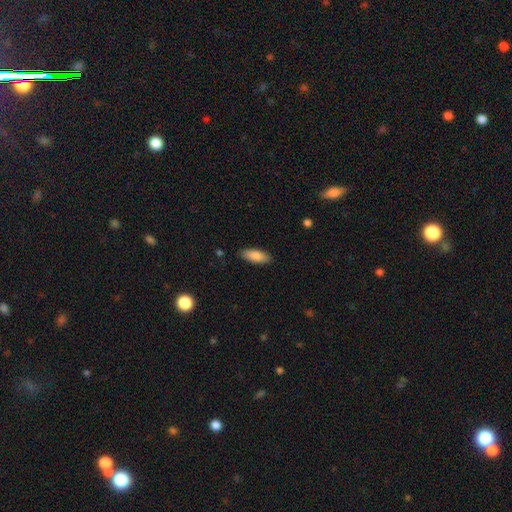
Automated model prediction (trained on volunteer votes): smooth_or_featured: smooth (p=0.86) [alt: featured or disk p=0.08]
how_rounded: in between (p=0.73) [alt: cigar-shaped p=0.25]
merging: none (p=0.88) [alt: minor disturbance p=0.09]